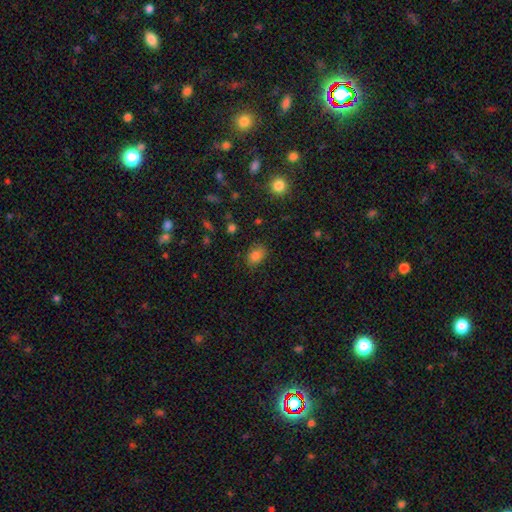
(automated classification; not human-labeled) Smooth or featured: smooth — 82% (star or artifact — 12%)
How rounded: in between — 75% (round — 24%)
Merging: none — 79% (minor disturbance — 16%)